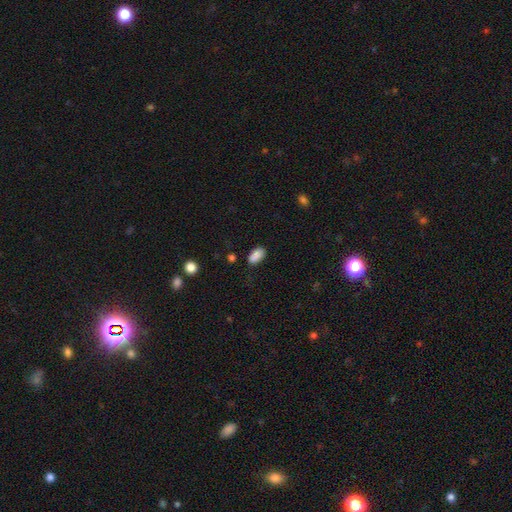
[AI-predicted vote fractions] Smooth or featured? smooth (88%)
How rounded? in between (92%)
Merging? none (81%)